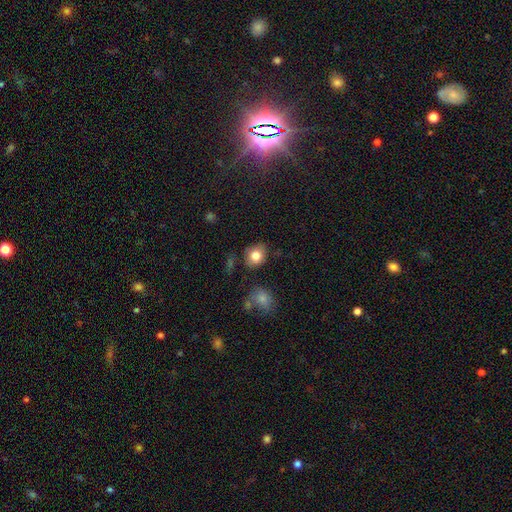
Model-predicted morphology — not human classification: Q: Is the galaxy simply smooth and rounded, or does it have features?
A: smooth — 80%.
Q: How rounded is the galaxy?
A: round — 55%.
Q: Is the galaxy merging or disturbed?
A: none — 78%.